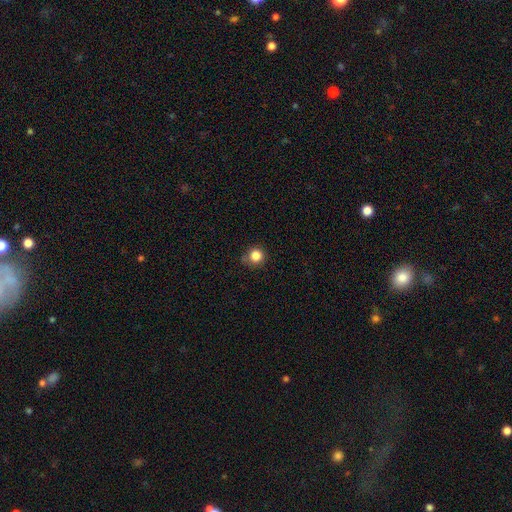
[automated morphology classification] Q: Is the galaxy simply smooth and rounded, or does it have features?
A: smooth — 83%.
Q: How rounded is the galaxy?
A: round — 91%.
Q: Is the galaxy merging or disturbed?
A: none — 74%.